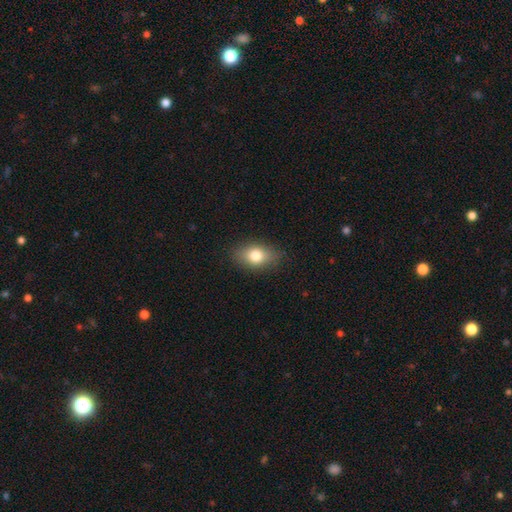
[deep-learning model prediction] A smooth galaxy with no disk features (78%) that is in between round and cigar-shaped (80%).

Vote fractions:
- Smooth or featured? smooth: 78% / featured or disk: 13% / star or artifact: 9%
- How rounded? in between: 80% / round: 17% / cigar-shaped: 3%
- Merging? none: 85% / minor disturbance: 11% / major disturbance: 3% / merger: 1%